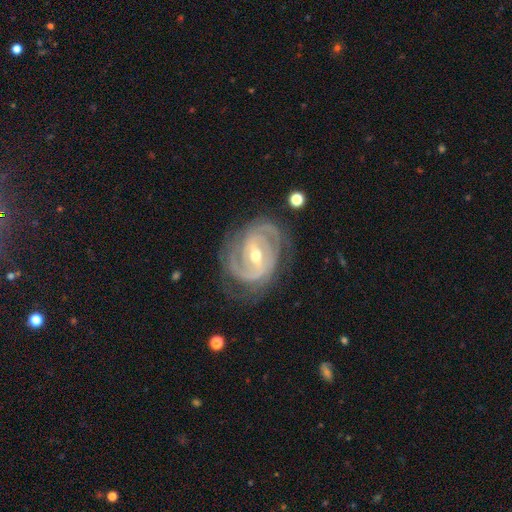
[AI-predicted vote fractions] Smooth or featured? featured or disk (91%)
Edge-on disk? no (97%)
Bar? strong (43%)
Spiral arms? yes (98%)
Spiral winding? tight (65%)
Spiral arm count? 2 (46%)
Bulge size? moderate (58%)
Merging? none (75%)